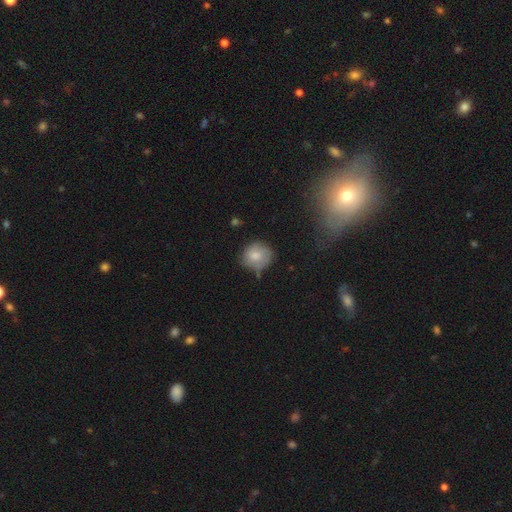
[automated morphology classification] Q: Smooth or featured?
A: smooth (74%); runner-up: featured or disk (19%)
Q: How rounded?
A: round (77%); runner-up: in between (22%)
Q: Merging?
A: none (61%); runner-up: minor disturbance (27%)